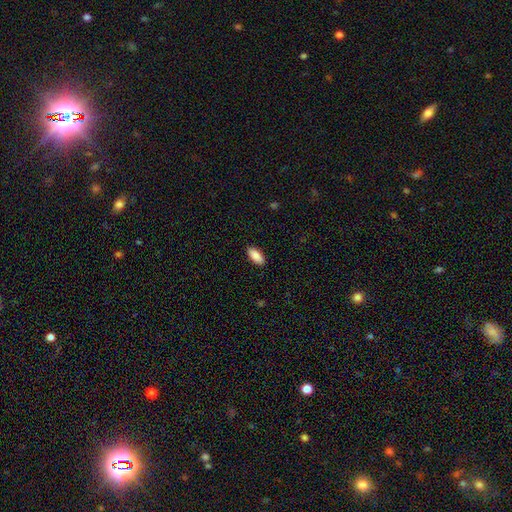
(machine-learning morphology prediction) smooth_or_featured: smooth (p=0.89) [alt: star or artifact p=0.06]
how_rounded: in between (p=0.88) [alt: cigar-shaped p=0.10]
merging: none (p=0.90) [alt: minor disturbance p=0.08]